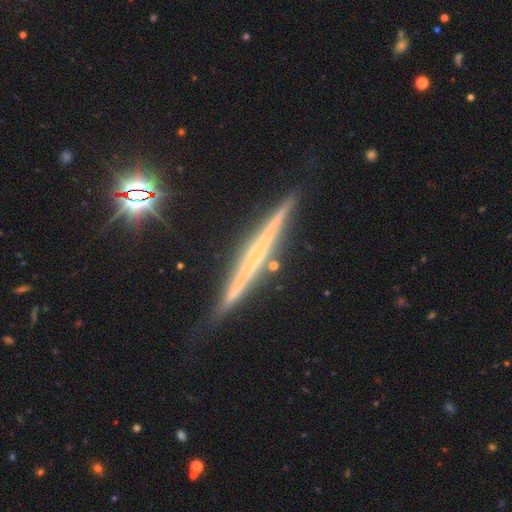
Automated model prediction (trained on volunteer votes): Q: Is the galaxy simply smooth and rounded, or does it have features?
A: featured or disk — 72%.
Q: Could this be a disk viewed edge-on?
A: yes — 98%.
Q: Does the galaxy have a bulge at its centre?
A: none — 75%.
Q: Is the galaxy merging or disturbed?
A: none — 86%.